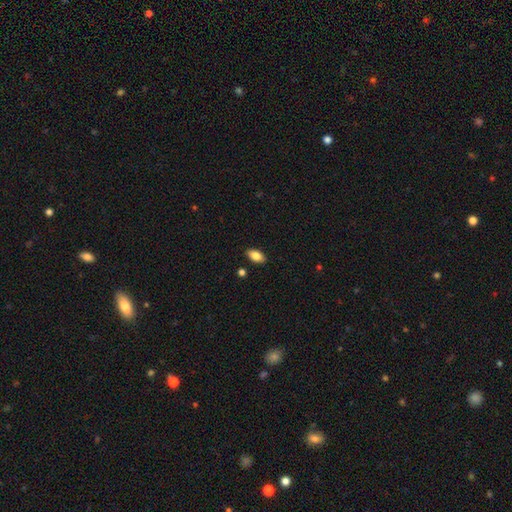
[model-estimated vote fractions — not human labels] This is clearly a smooth galaxy (83%). How rounded: clearly in between (92%). Merging: clearly none (88%).